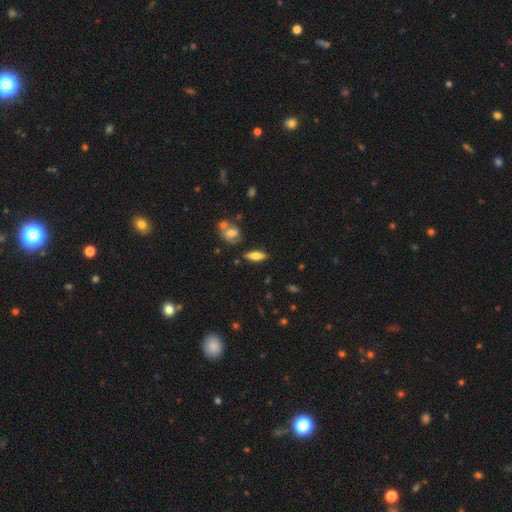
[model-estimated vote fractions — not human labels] A smooth galaxy with no disk features (67%) that is in between round and cigar-shaped (53%). Merging: none (81%).